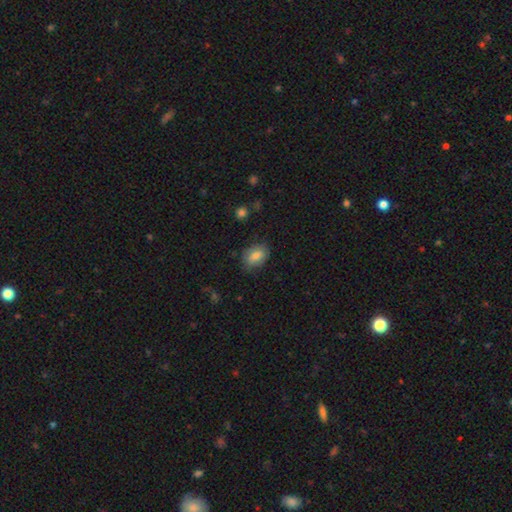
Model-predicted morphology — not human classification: The model was most divided on "merging": none: 77%, minor disturbance: 18%, major disturbance: 4%, merger: 1%. More confident: how rounded — in between (81%); smooth or featured — smooth (80%).